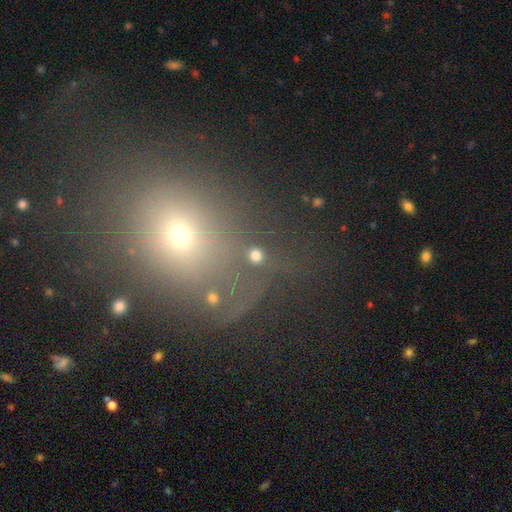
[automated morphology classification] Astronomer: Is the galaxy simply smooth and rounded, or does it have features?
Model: smooth — 49% (runner-up: star or artifact, 34%).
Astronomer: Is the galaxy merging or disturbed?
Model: none — 54%.